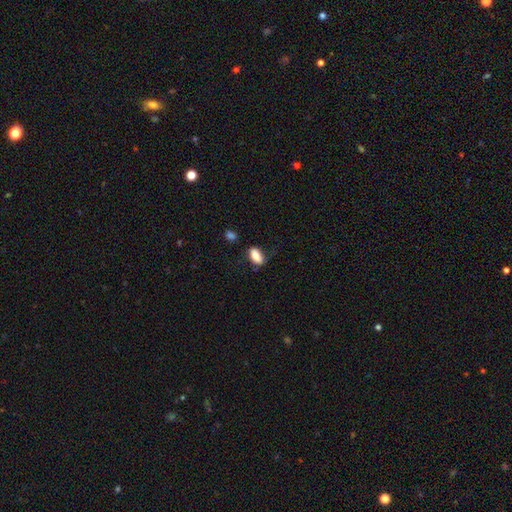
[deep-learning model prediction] Q: Smooth or featured?
A: smooth (84%); runner-up: featured or disk (9%)
Q: How rounded?
A: in between (87%); runner-up: cigar-shaped (10%)
Q: Merging?
A: none (58%); runner-up: minor disturbance (27%)